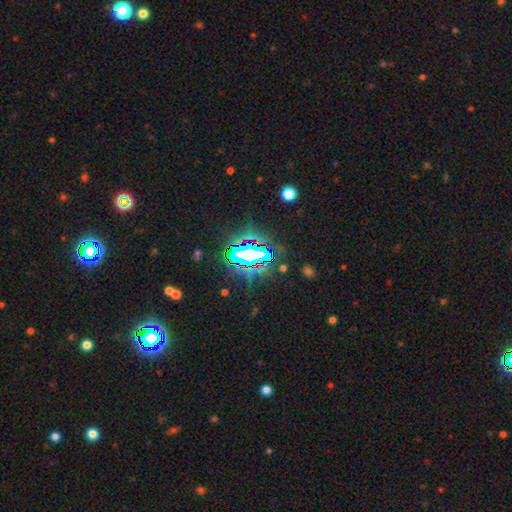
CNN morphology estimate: Overall: star or artifact (79%).